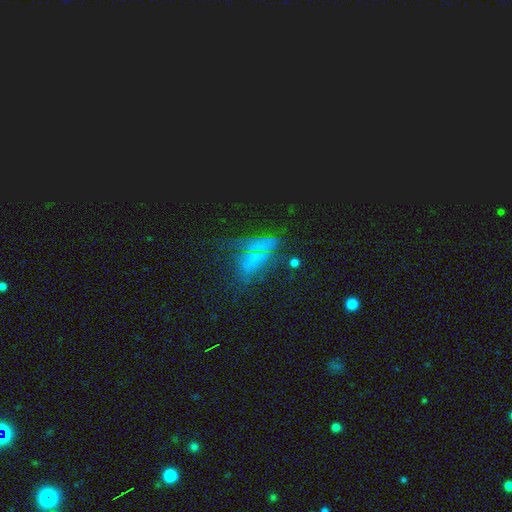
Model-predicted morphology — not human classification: This appears to be a star or artifact, not a galaxy (46%).